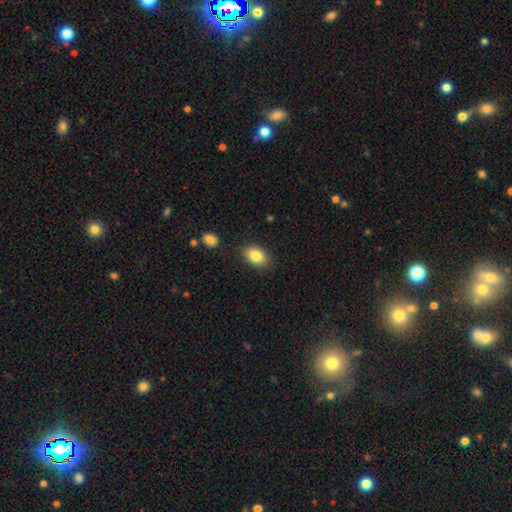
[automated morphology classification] type=smooth (84%); roundness=in between (88%); merging=none (84%).